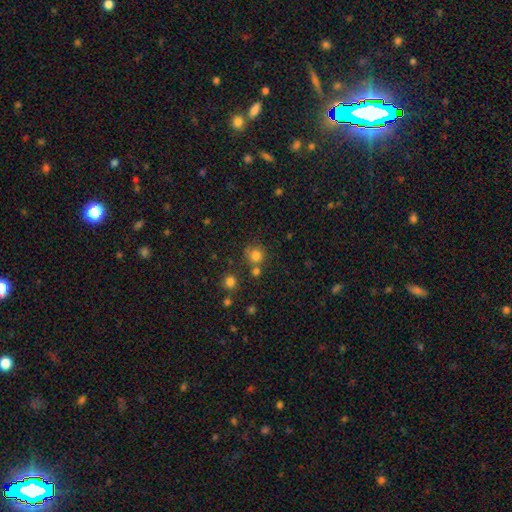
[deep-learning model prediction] A smooth galaxy with no disk features (79%) that is round (90%).

Vote fractions:
- Smooth or featured? smooth: 79% / star or artifact: 14% / featured or disk: 7%
- How rounded? round: 90% / in between: 9% / cigar-shaped: 1%
- Merging? none: 69% / merger: 16% / minor disturbance: 11% / major disturbance: 4%